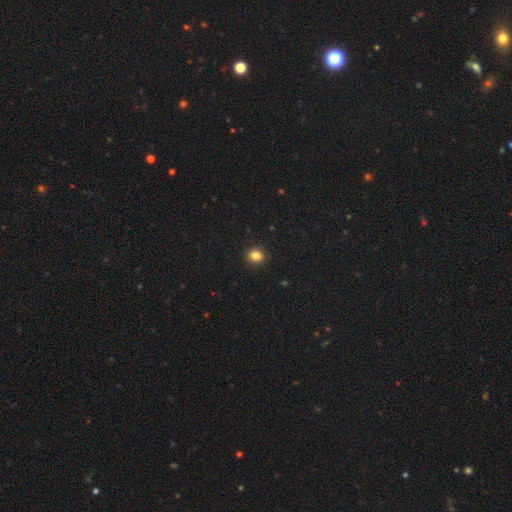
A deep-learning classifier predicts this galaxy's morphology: Overall: smooth (85%). How rounded: round (62%; in between 37%). Merging: none (91%).